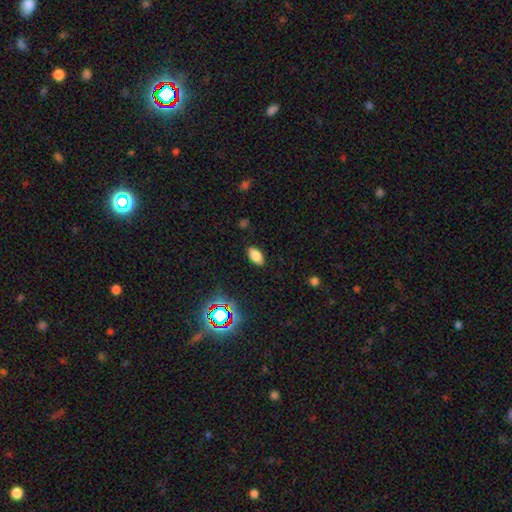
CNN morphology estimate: smooth 80%, star or artifact 13%, featured or disk 7%. Down the decision tree: how rounded — in between (92%); merging — none (87%).